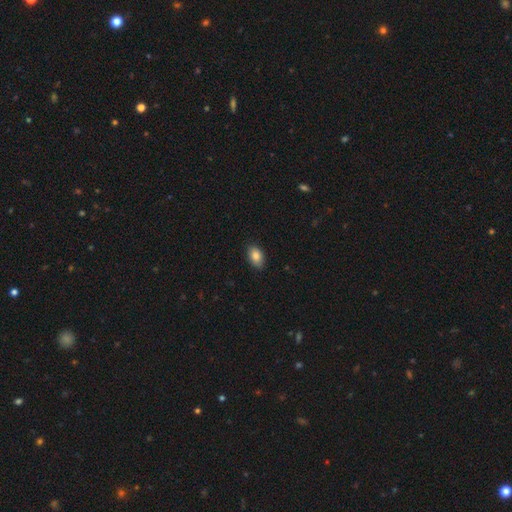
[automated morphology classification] Smooth or featured?
  - smooth: 85% *
  - star or artifact: 8%
  - featured or disk: 7%
How rounded?
  - in between: 89% *
  - round: 9%
  - cigar-shaped: 2%
Merging?
  - none: 87% *
  - minor disturbance: 10%
  - major disturbance: 2%
  - merger: 1%